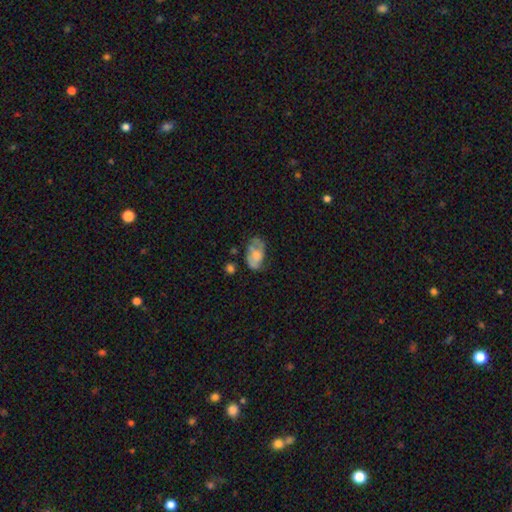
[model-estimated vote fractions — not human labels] Smooth or featured?
  - smooth: 49% *
  - featured or disk: 43%
  - star or artifact: 8%
Merging?
  - none: 40% *
  - minor disturbance: 30%
  - major disturbance: 23%
  - merger: 6%